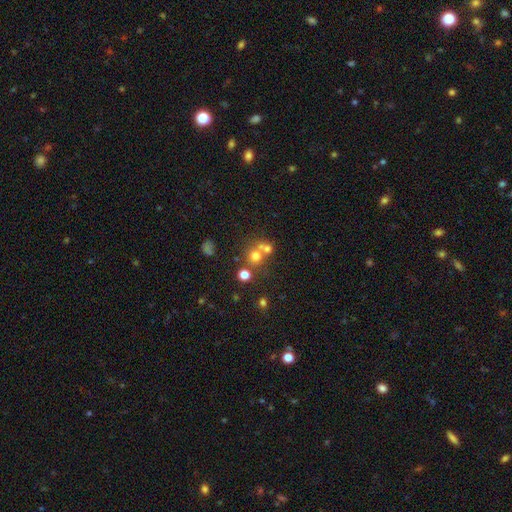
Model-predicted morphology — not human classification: The model was most divided on "merging": none: 47%, merger: 42%, minor disturbance: 7%, major disturbance: 4%. More confident: how rounded — round (86%); smooth or featured — smooth (64%).